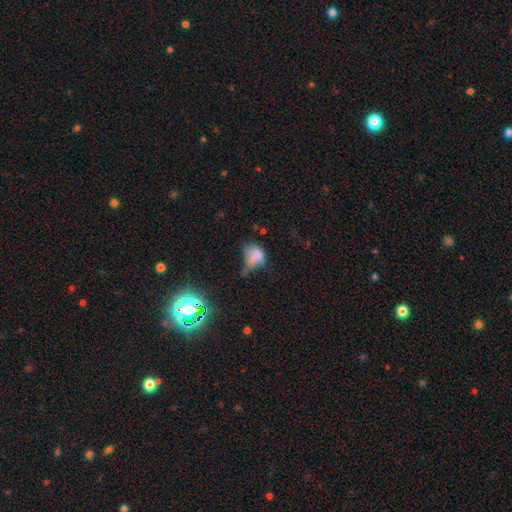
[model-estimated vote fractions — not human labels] The model was most divided on "merging": major disturbance: 36%, minor disturbance: 29%, none: 21%, merger: 14%. More confident: smooth or featured — smooth (66%); how rounded — in between (65%).